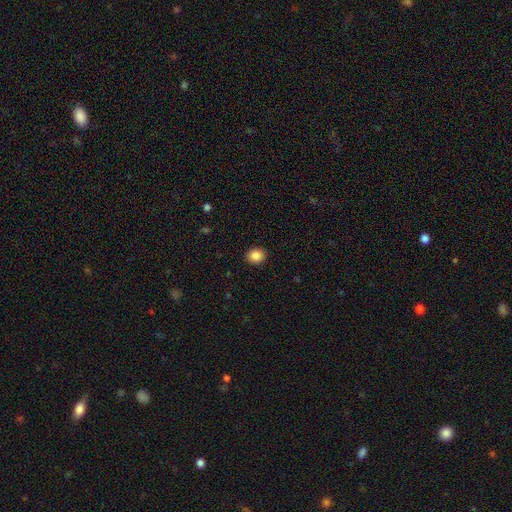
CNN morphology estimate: Smooth or featured? Predicted: smooth (p=0.87). How rounded? Predicted: round (p=0.64). Merging? Predicted: none (p=0.91).